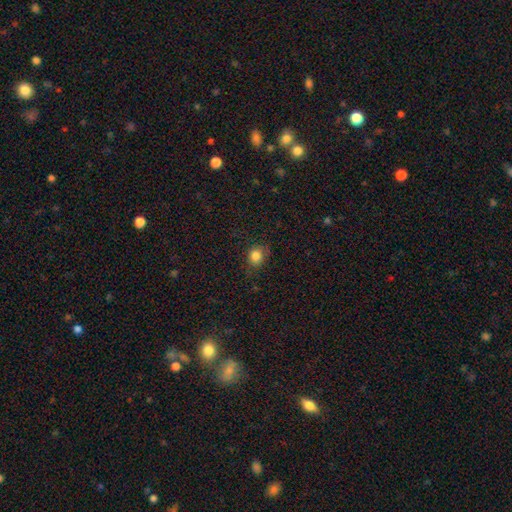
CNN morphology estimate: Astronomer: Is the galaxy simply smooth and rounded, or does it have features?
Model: smooth — 82%.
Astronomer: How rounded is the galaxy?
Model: round — 67%.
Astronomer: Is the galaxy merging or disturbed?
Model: none — 75%.